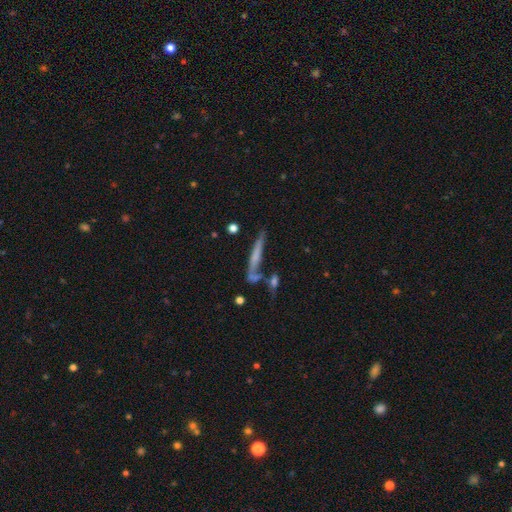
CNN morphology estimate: Overall: smooth (47%; featured or disk 44%). Merging: none (57%; merger 18%).